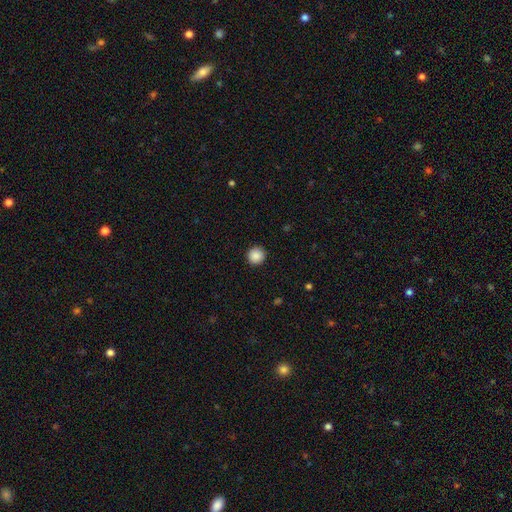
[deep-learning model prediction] Overall: smooth (88%). How rounded: round (95%). Merging: none (92%).